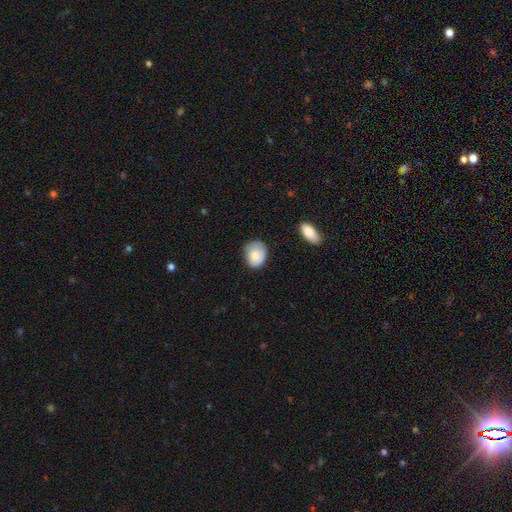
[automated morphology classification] smooth_or_featured: smooth (p=0.76) [alt: featured or disk p=0.17]
how_rounded: in between (p=0.58) [alt: round p=0.41]
merging: none (p=0.60) [alt: minor disturbance p=0.31]